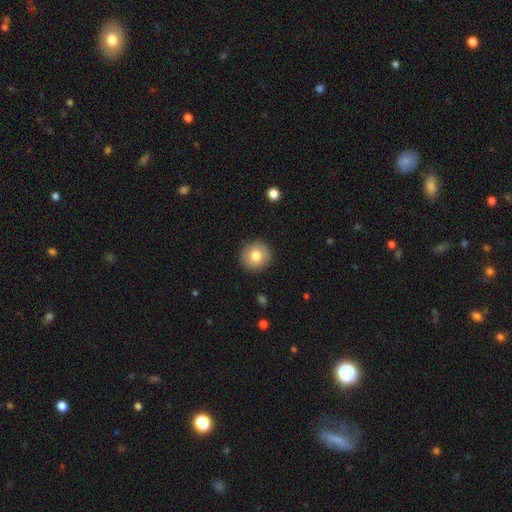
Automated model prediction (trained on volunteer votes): This appears to be a smooth galaxy with no disk features (77%) that is round (93%). Merging: none (91%).